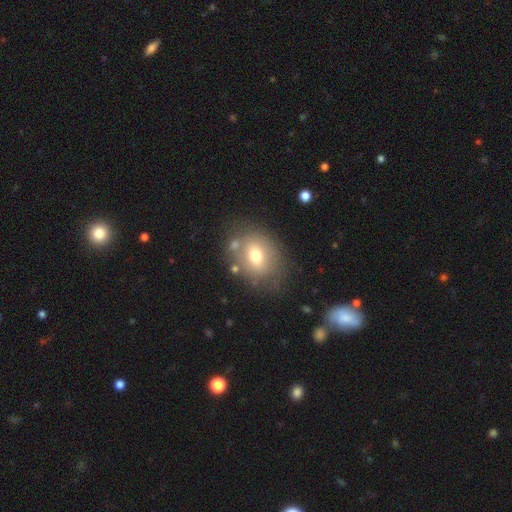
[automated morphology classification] smooth-or-featured: smooth: 62% | featured or disk: 27% | star or artifact: 11%
  how-rounded: in between: 52% | round: 47% | cigar-shaped: 1%
  merging: none: 67% | minor disturbance: 17% | merger: 8% | major disturbance: 8%